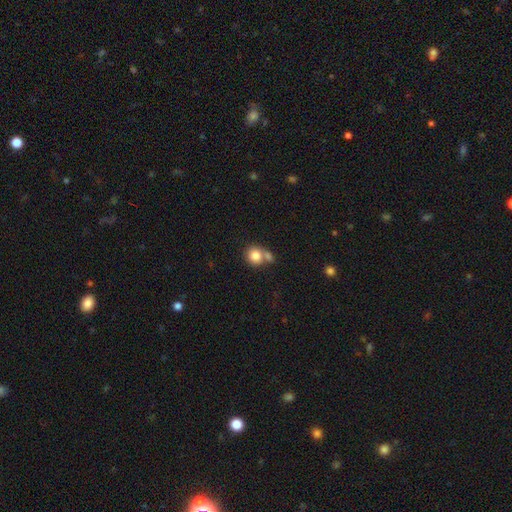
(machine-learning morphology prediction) A smooth galaxy with no disk features (82%) that is round (84%).

Vote fractions:
- Smooth or featured? smooth: 82% / featured or disk: 9% / star or artifact: 9%
- How rounded? round: 84% / in between: 16% / cigar-shaped: 1%
- Merging? none: 46% / merger: 41% / minor disturbance: 10% / major disturbance: 4%